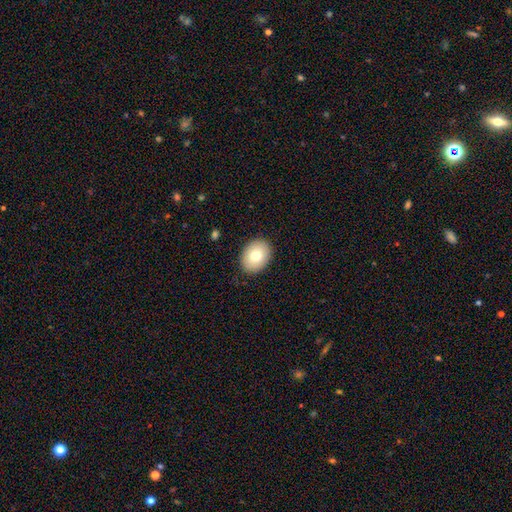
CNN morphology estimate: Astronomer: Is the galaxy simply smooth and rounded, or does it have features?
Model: smooth — 77%.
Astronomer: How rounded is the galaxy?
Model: in between — 66%.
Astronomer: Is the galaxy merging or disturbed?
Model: none — 89%.